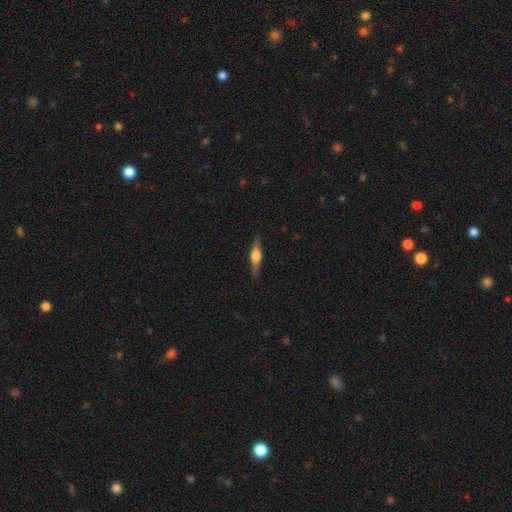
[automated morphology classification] smooth_or_featured: featured or disk (p=0.62) [alt: smooth p=0.32]
disk_edge_on: yes (p=0.96) [alt: no p=0.04]
edge_on_bulge: rounded (p=0.86) [alt: boxy p=0.11]
merging: none (p=0.87) [alt: minor disturbance p=0.10]